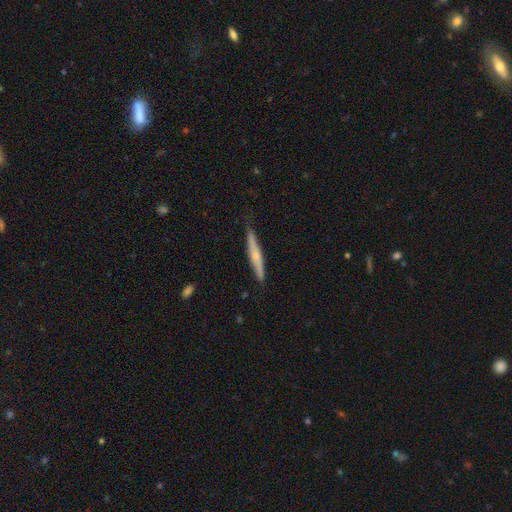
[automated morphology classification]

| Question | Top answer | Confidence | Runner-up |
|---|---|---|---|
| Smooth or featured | featured or disk | 50% | smooth (45%) |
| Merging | none | 77% | minor disturbance (19%) |